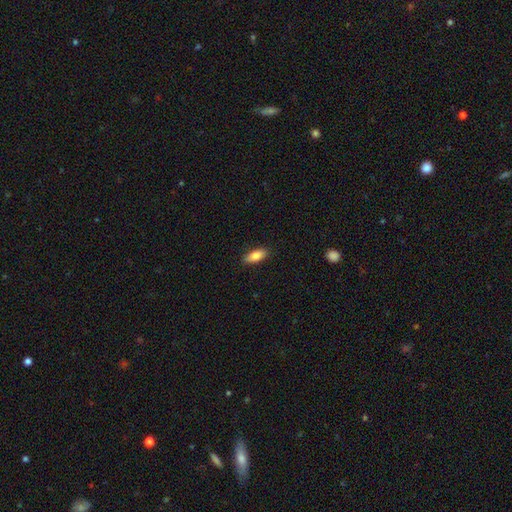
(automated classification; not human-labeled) smooth_or_featured: smooth (p=0.82) [alt: featured or disk p=0.11]
how_rounded: in between (p=0.80) [alt: cigar-shaped p=0.17]
merging: none (p=0.88) [alt: minor disturbance p=0.09]